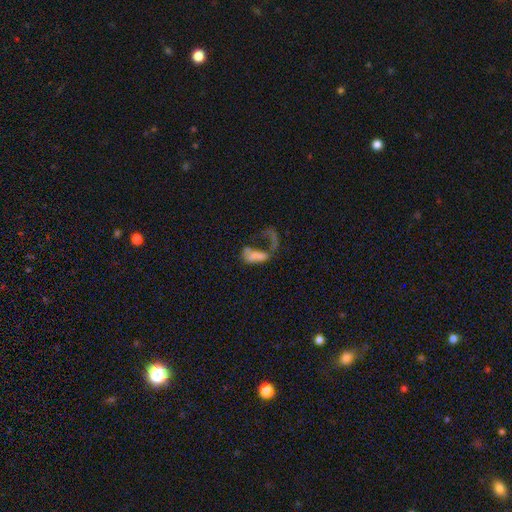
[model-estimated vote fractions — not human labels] smooth_or_featured: smooth (p=0.45) [alt: featured or disk p=0.41]
merging: major disturbance (p=0.53) [alt: merger p=0.25]